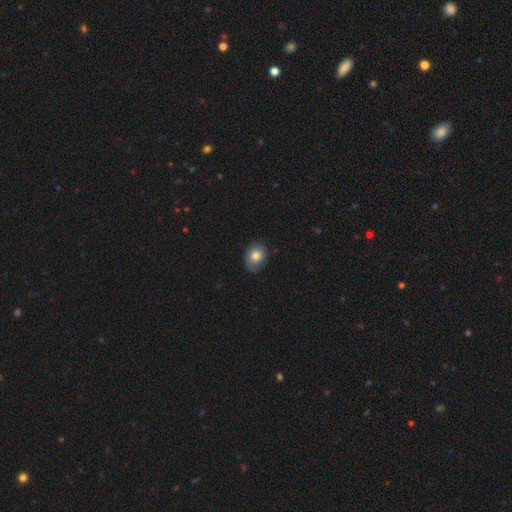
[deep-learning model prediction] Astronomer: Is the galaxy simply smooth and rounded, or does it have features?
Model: smooth — 79%.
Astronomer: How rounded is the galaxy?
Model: in between — 60% (runner-up: round, 39%).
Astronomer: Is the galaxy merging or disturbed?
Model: none — 76%.